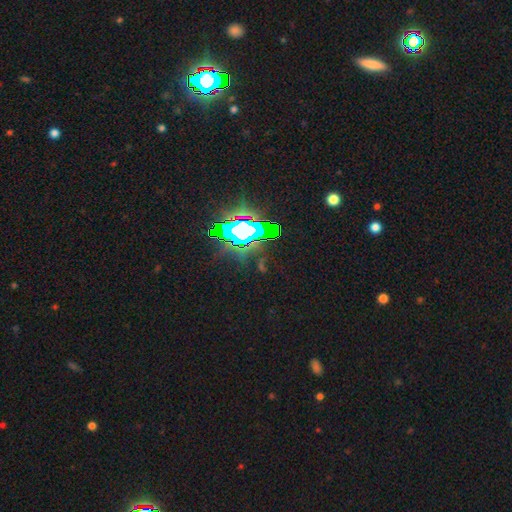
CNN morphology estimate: Smooth or featured?
  - star or artifact: 82% *
  - smooth: 10%
  - featured or disk: 8%